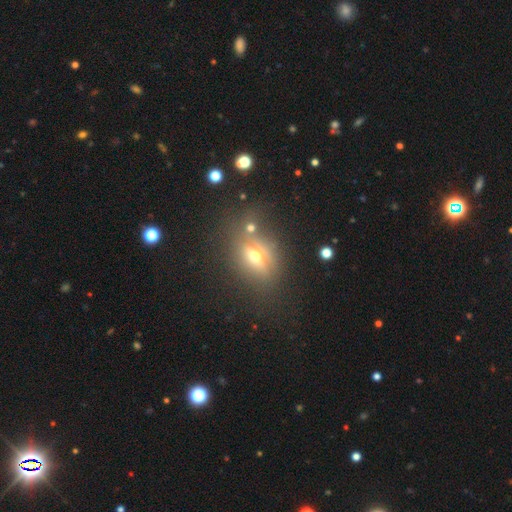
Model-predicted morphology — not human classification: The model was most divided on "smooth or featured" (2-way tie): smooth: 41%, featured or disk: 41%, star or artifact: 18%. More confident: merging — none (66%).